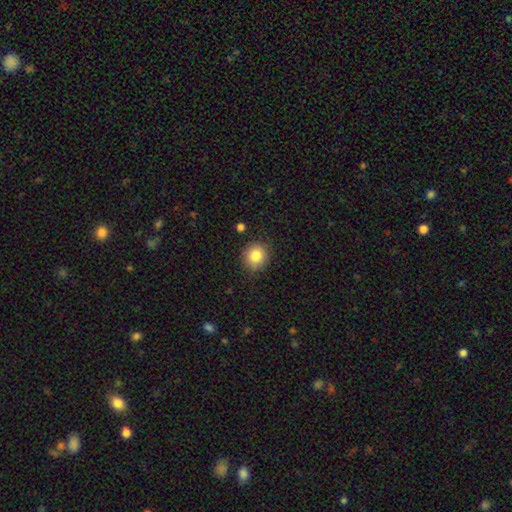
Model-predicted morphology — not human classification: smooth 83%, star or artifact 10%, featured or disk 7%. Down the decision tree: how rounded — round (83%); merging — none (87%).